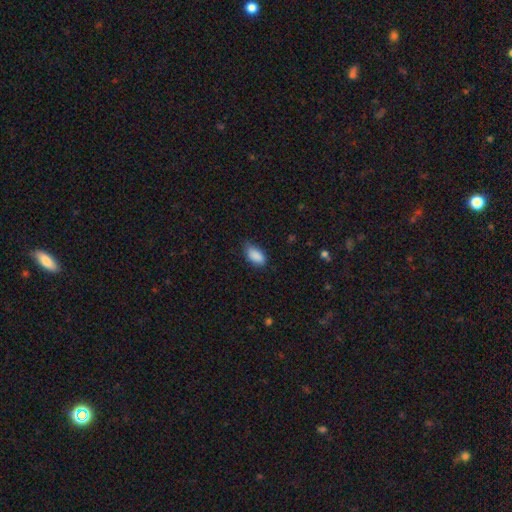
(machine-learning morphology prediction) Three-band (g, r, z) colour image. It shows a smooth galaxy with no disk features (89%) that is in between round and cigar-shaped (92%). Merging: none (72%).